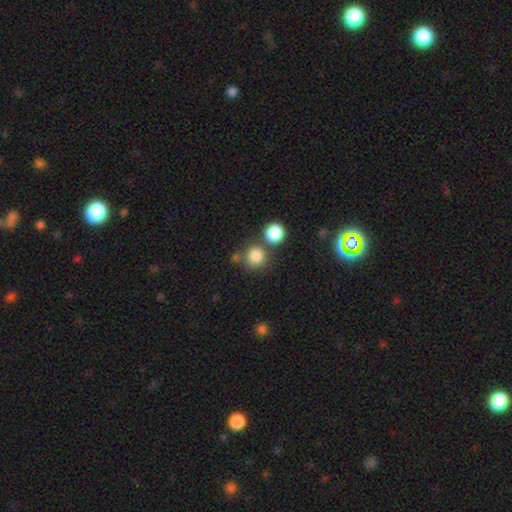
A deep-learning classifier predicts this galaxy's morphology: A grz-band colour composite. It shows a smooth galaxy with no disk features (83%) that is round (91%). Merging: none (66%).